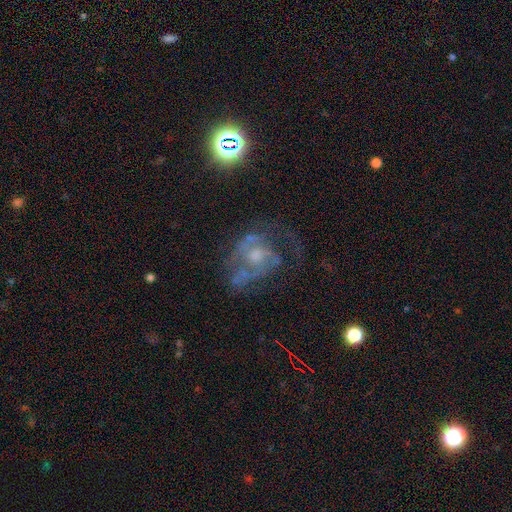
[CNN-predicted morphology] Smooth or featured: featured or disk — 71% (smooth — 17%)
Edge-on disk: no — 97% (yes — 3%)
Bar: no — 76% (weak — 20%)
Spiral arms: yes — 65% (no — 35%)
Bulge size: moderate — 51% (small — 30%)
Merging: none — 38% (major disturbance — 37%)